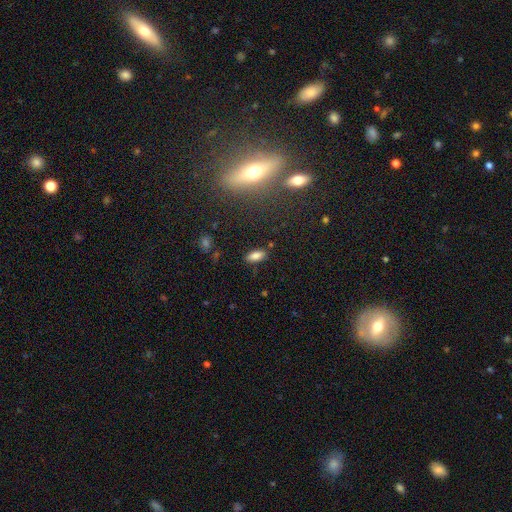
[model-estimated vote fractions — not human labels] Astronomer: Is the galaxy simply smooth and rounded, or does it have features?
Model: smooth — 83%.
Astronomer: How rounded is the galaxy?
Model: in between — 85%.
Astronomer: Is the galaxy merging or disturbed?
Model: none — 85%.